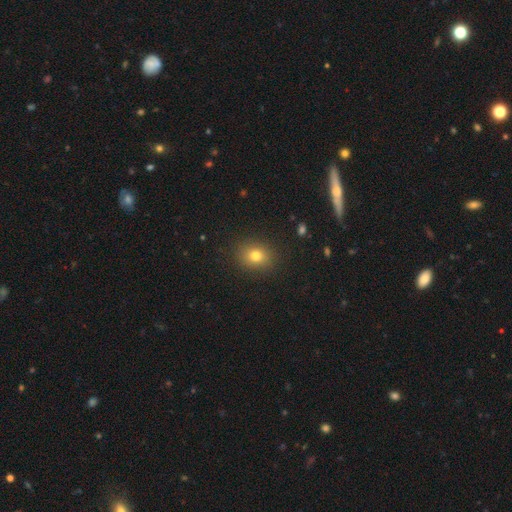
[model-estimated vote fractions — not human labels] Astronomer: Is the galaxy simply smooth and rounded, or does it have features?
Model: smooth — 77%.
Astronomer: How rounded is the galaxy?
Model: round — 59% (runner-up: in between, 40%).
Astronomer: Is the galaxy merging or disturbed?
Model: none — 89%.